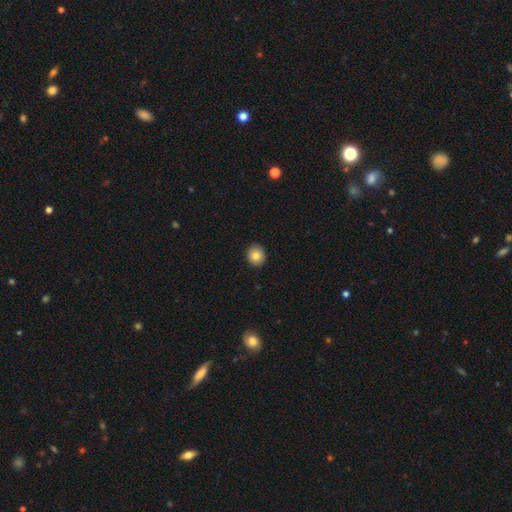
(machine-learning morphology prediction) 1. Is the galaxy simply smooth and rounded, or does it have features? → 82% smooth, 9% star or artifact, 9% featured or disk.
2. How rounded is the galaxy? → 81% round, 18% in between, 1% cigar-shaped.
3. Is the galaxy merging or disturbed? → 91% none, 7% minor disturbance, 2% major disturbance, 1% merger.